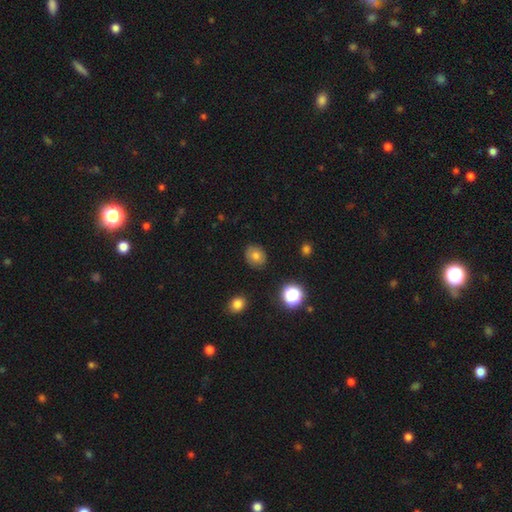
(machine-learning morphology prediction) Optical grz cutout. It shows a smooth galaxy with no disk features (74%) that is round (58%). Merging: none (85%).